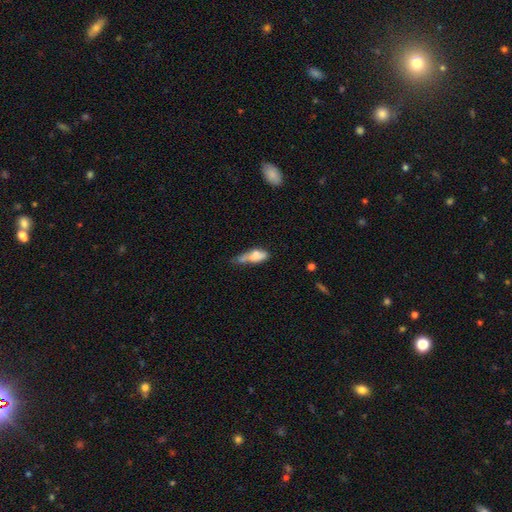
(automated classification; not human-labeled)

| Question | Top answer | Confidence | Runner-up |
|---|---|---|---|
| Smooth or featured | smooth | 67% | featured or disk (24%) |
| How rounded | in between | 65% | cigar-shaped (31%) |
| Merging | minor disturbance | 33% | none (24%) |